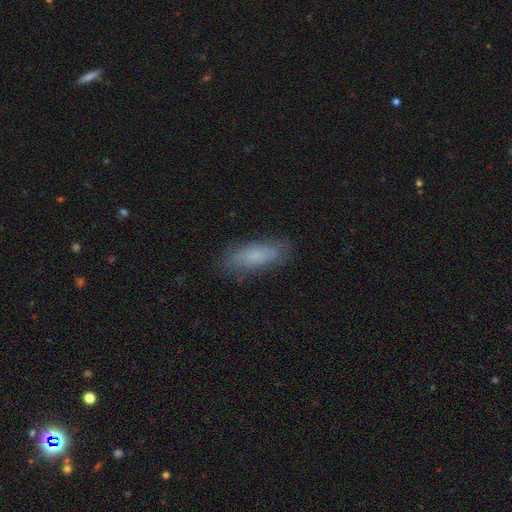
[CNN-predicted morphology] Overall: smooth (70%). How rounded: in between (66%; cigar-shaped 32%). Merging: none (80%).